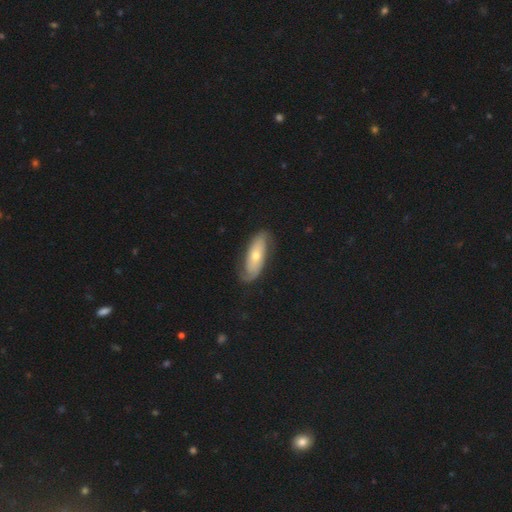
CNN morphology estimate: type=featured or disk (63%); edge-on=no (86%); bar=no (73%); spiral arms=yes (84%); bulge=moderate (53%); merging=none (70%).